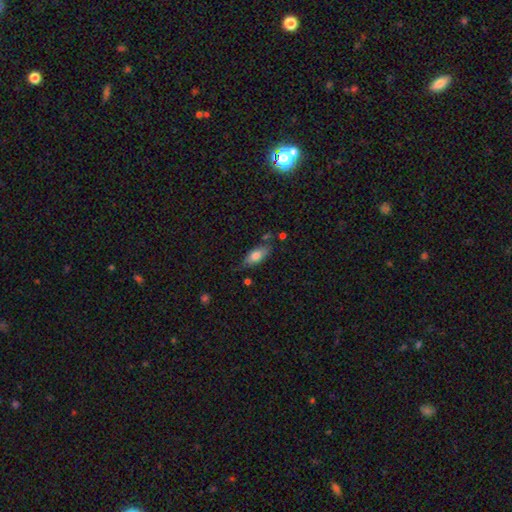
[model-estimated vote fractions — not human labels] smooth-or-featured: smooth: 76% | featured or disk: 17% | star or artifact: 7%
  how-rounded: in between: 83% | cigar-shaped: 15% | round: 3%
  merging: none: 68% | minor disturbance: 22% | merger: 5% | major disturbance: 5%